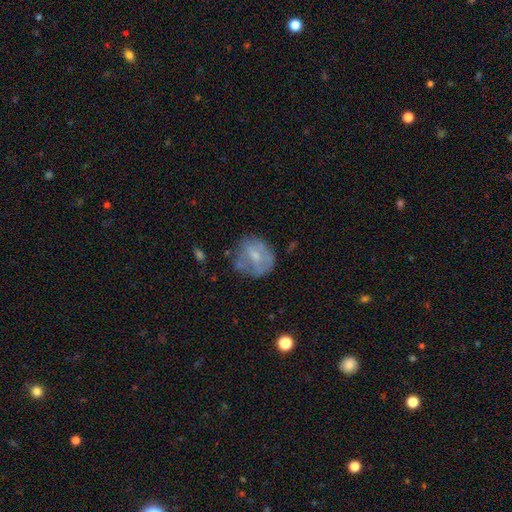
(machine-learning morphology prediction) This is possibly a smooth galaxy (51%). How rounded: likely round (71%). Merging: possibly none (56%).